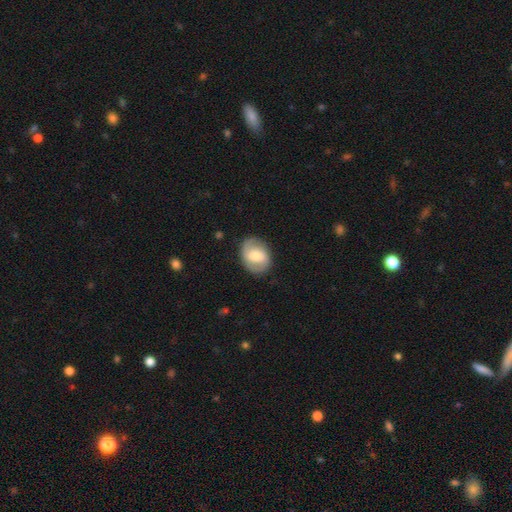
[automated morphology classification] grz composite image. It shows a smooth galaxy with no disk features (49%). Merging: none (82%).